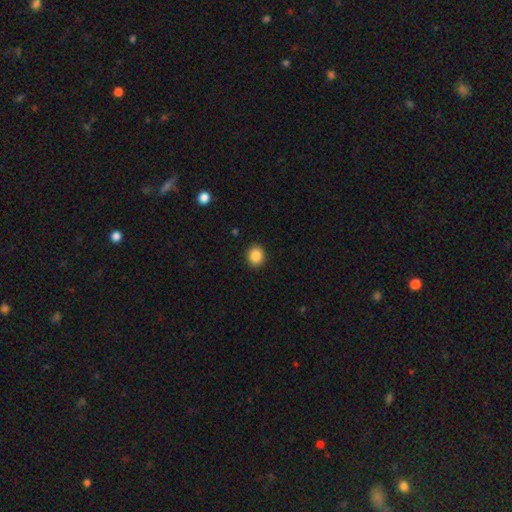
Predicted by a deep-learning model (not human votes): smooth-or-featured: smooth: 87% | star or artifact: 9% | featured or disk: 3%
  how-rounded: round: 75% | in between: 24% | cigar-shaped: 1%
  merging: none: 91% | minor disturbance: 6% | major disturbance: 2% | merger: 1%